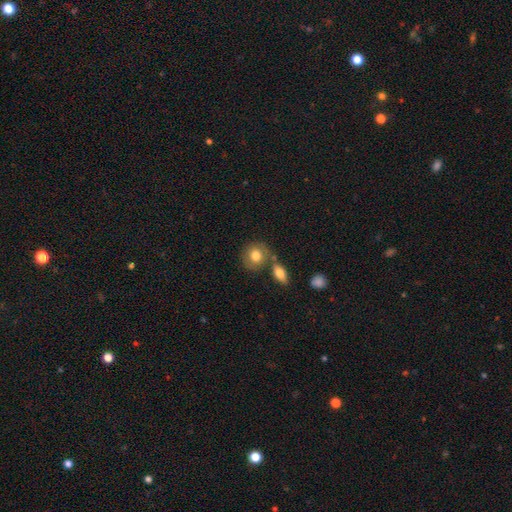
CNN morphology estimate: Smooth or featured? Predicted: smooth (p=0.77). How rounded? Predicted: round (p=0.78). Merging? Predicted: none (p=0.60).